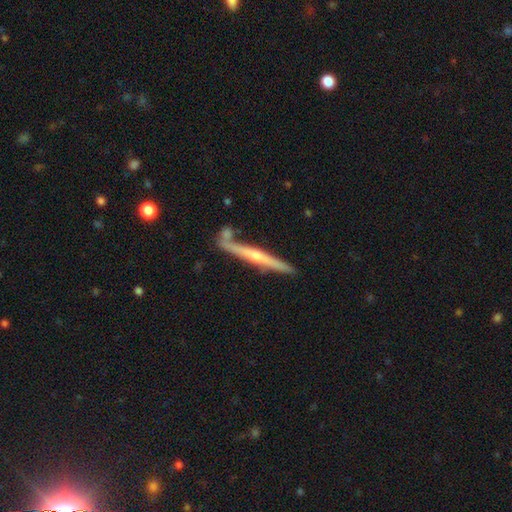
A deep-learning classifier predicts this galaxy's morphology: A featured or disk galaxy (67%) viewed edge-on (96%) with a rounded central bulge (64%). Merging: none (73%).